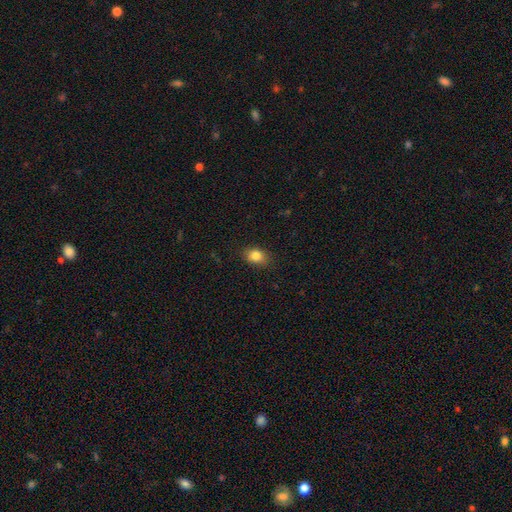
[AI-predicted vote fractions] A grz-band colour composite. It shows a smooth galaxy with no disk features (84%) that is in between round and cigar-shaped (68%). Merging: none (83%).